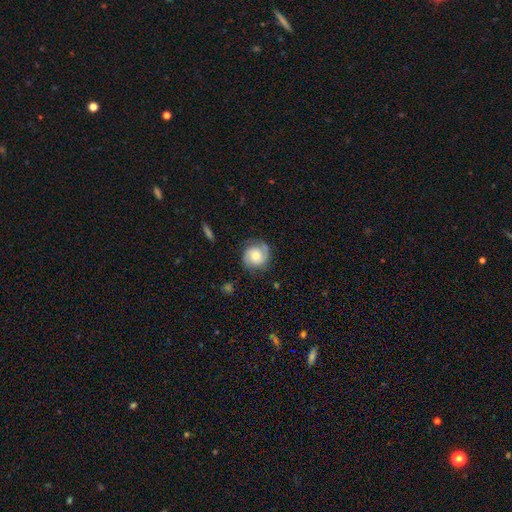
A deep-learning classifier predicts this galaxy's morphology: The model was most divided on "smooth or featured": featured or disk: 56%, smooth: 37%, star or artifact: 8%. More confident: edge-on disk — no (97%); spiral arms — yes (88%); merging — none (77%); bar — no (71%); bulge size — moderate (65%).